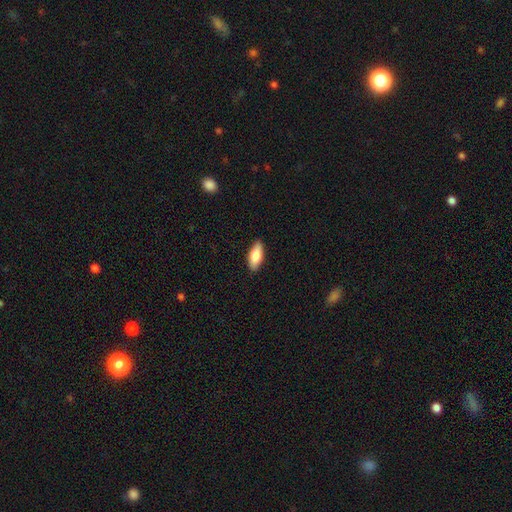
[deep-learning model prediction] smooth-or-featured: smooth: 80% | featured or disk: 15% | star or artifact: 6%
  how-rounded: in between: 78% | cigar-shaped: 20% | round: 2%
  merging: none: 89% | minor disturbance: 8% | major disturbance: 2% | merger: 1%